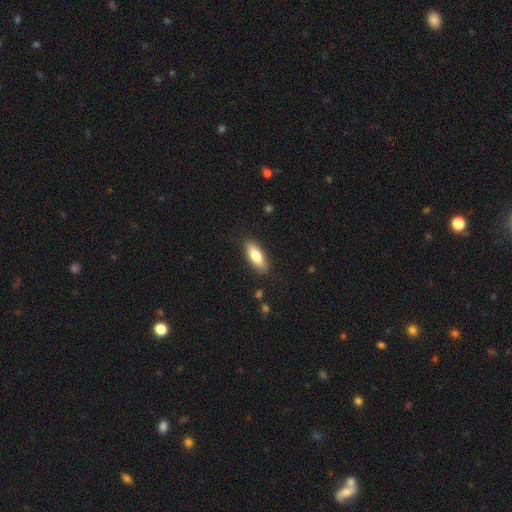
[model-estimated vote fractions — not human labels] Overall: smooth (77%). How rounded: in between (70%). Merging: none (87%).